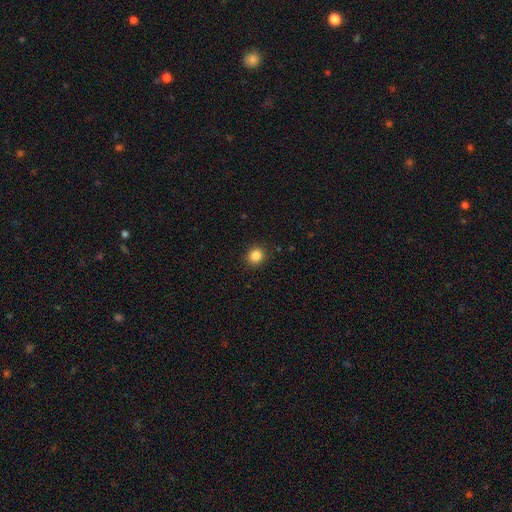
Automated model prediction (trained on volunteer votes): Smooth or featured: smooth — 85% (star or artifact — 11%)
How rounded: round — 87% (in between — 12%)
Merging: none — 92% (minor disturbance — 6%)